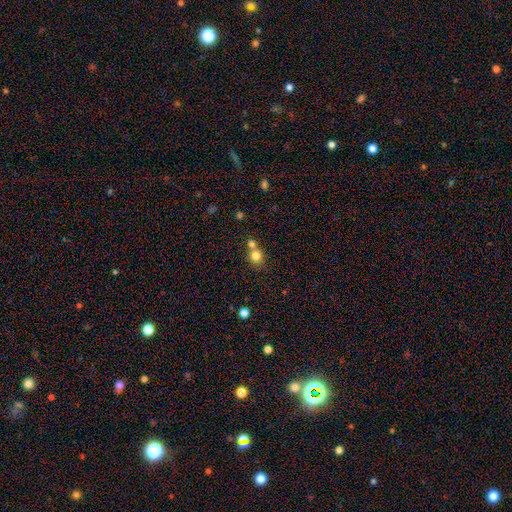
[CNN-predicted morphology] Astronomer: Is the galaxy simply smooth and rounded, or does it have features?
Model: smooth — 80%.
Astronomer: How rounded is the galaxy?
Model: round — 86%.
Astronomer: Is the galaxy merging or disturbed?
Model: none — 50% (runner-up: merger, 40%).